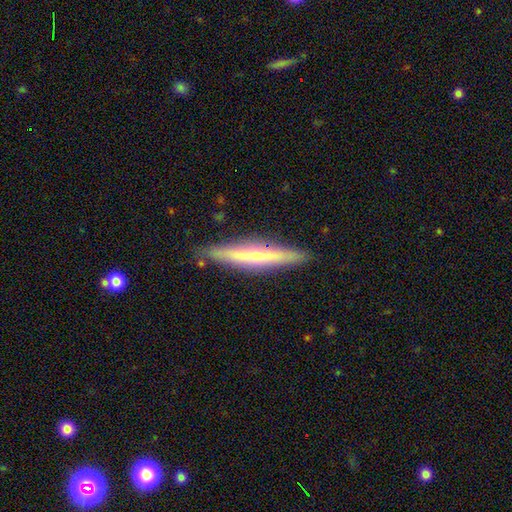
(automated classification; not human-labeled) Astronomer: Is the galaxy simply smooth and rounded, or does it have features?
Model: featured or disk — 53% (runner-up: smooth, 41%).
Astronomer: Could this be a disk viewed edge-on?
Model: yes — 94%.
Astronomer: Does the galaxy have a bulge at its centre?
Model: rounded — 57% (runner-up: none, 36%).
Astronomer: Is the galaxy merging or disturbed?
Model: none — 88%.